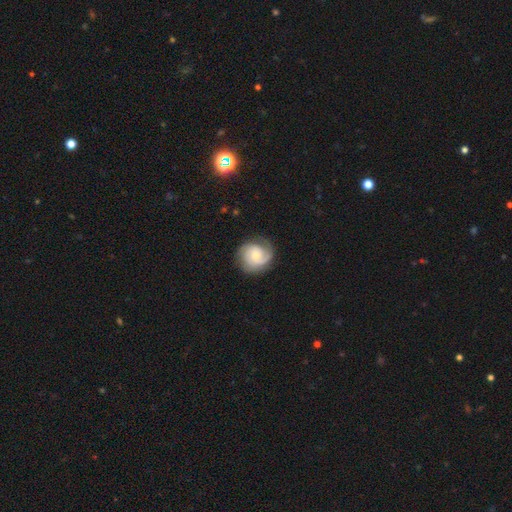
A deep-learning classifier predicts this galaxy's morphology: smooth-or-featured: featured or disk: 71% | smooth: 23% | star or artifact: 6%
  disk-edge-on: no: 98% | yes: 2%
    bar: no: 72% | weak: 24% | strong: 4%
    has-spiral-arms: yes: 95% | no: 5%
      spiral-winding: tight: 53% | medium: 35% | loose: 12%
      spiral-arm-count: 2: 47% | 3: 17% | can't tell: 16% | 1: 13% | 4: 3% | more than 4: 3%
    bulge-size: small: 55% | moderate: 34% | large: 5% | none: 5% | dominant: 1%
  merging: none: 77% | minor disturbance: 15% | major disturbance: 7% | merger: 1%